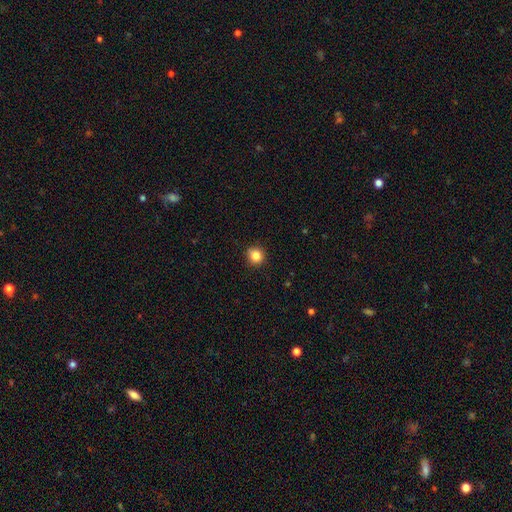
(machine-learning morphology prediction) Overall: smooth (84%). How rounded: round (89%). Merging: none (91%).